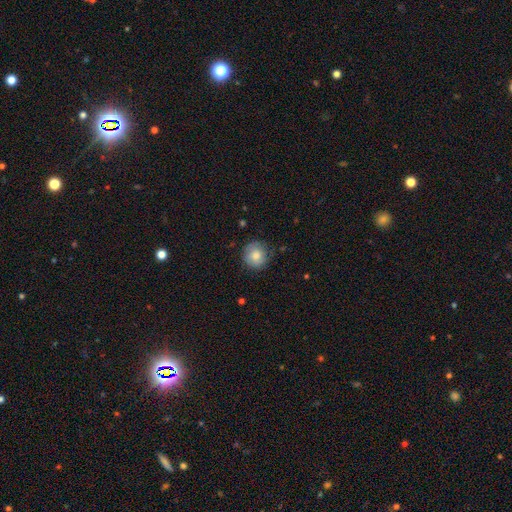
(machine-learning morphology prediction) A smooth galaxy with no disk features (79%) that is round (91%).

Vote fractions:
- Smooth or featured? smooth: 79% / featured or disk: 13% / star or artifact: 8%
- How rounded? round: 91% / in between: 8% / cigar-shaped: 1%
- Merging? none: 78% / minor disturbance: 17% / major disturbance: 4% / merger: 1%